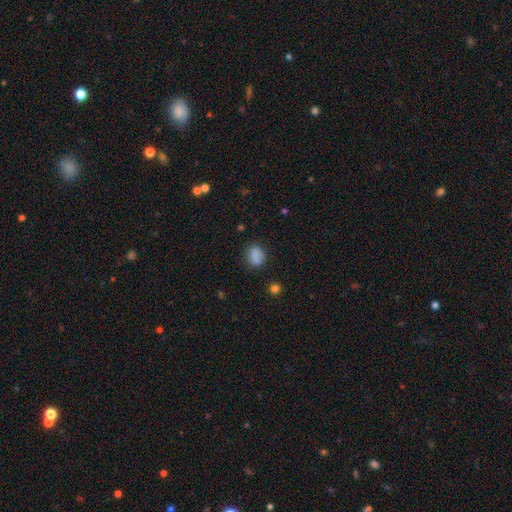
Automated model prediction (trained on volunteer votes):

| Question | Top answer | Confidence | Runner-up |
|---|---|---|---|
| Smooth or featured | smooth | 83% | star or artifact (11%) |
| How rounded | in between | 53% | round (45%) |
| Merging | none | 74% | minor disturbance (18%) |